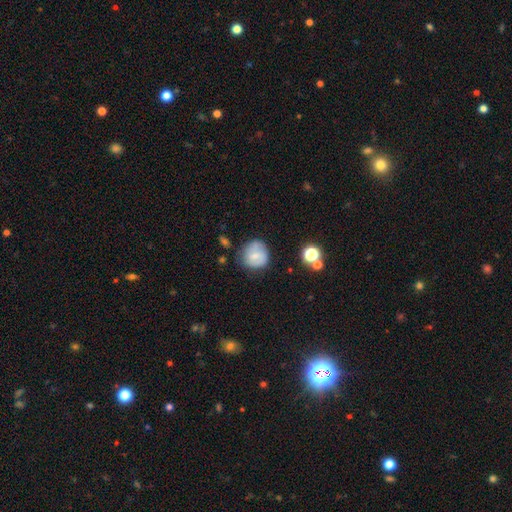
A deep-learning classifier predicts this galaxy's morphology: Smooth or featured? smooth (66%)
How rounded? round (84%)
Merging? none (63%)